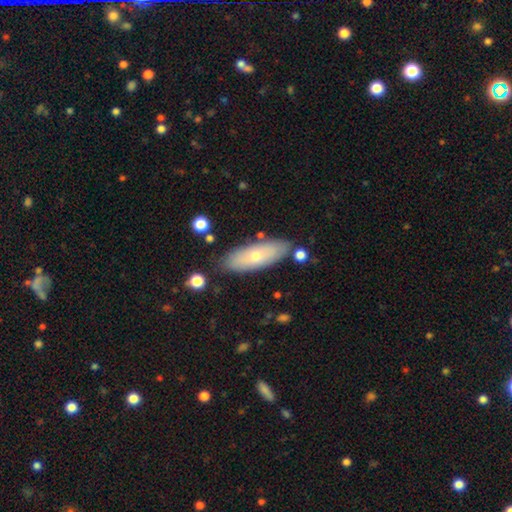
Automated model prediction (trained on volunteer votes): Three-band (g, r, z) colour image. It shows a smooth galaxy with no disk features (59%) that is in between round and cigar-shaped (66%). Merging: none (82%).